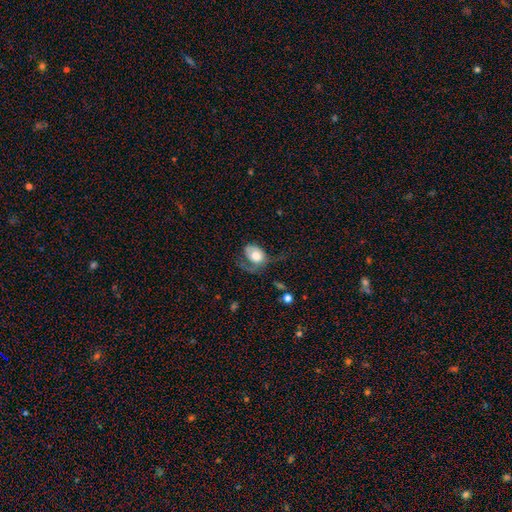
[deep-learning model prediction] smooth-or-featured: smooth: 56% | featured or disk: 37% | star or artifact: 7%
  how-rounded: in between: 55% | round: 44% | cigar-shaped: 1%
  merging: major disturbance: 50% | none: 24% | minor disturbance: 23% | merger: 3%